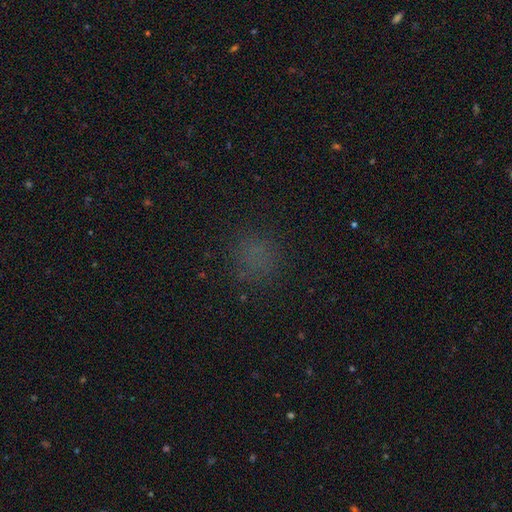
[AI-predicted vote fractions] Smooth or featured? Predicted: smooth (p=0.64). How rounded? Predicted: round (p=0.88). Merging? Predicted: none (p=0.83).